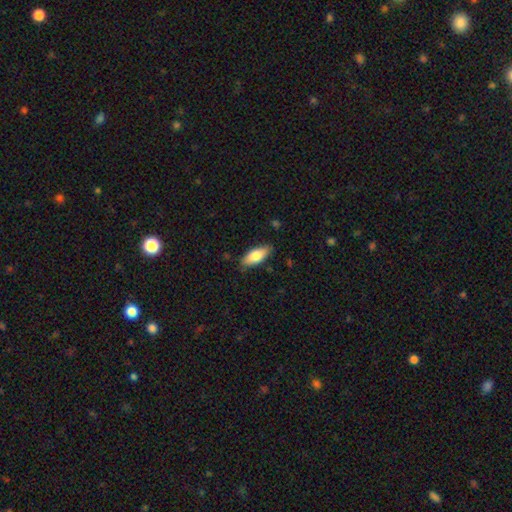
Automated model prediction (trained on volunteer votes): smooth 78%, featured or disk 16%, star or artifact 6%. Down the decision tree: how rounded — in between (80%); merging — none (82%).